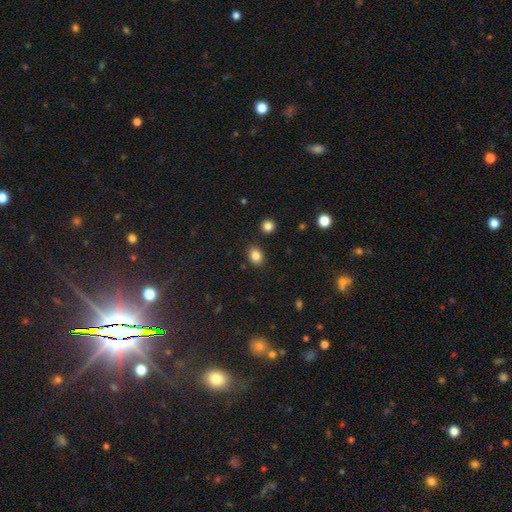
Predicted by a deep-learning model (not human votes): Overall: smooth (84%). How rounded: in between (54%; round 45%). Merging: none (86%).